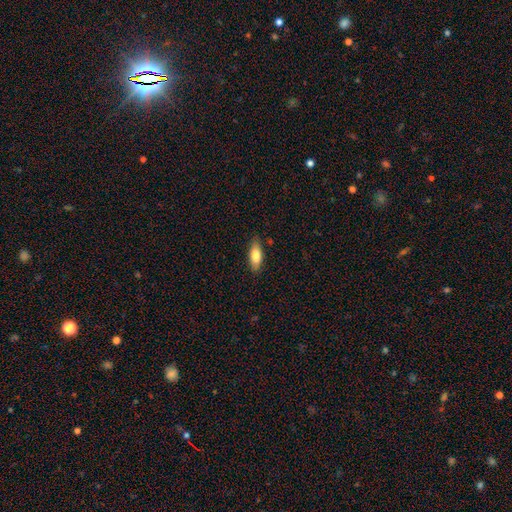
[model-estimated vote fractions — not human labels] A smooth galaxy with no disk features (80%) that is in between round and cigar-shaped (75%).

Vote fractions:
- Smooth or featured? smooth: 80% / featured or disk: 14% / star or artifact: 6%
- How rounded? in between: 75% / cigar-shaped: 23% / round: 2%
- Merging? none: 84% / minor disturbance: 12% / major disturbance: 2% / merger: 1%